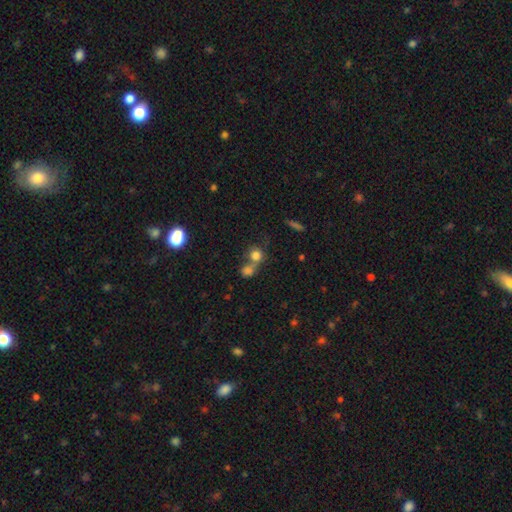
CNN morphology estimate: Overall: smooth (77%). How rounded: round (83%). Merging: merger (50%; none 38%).